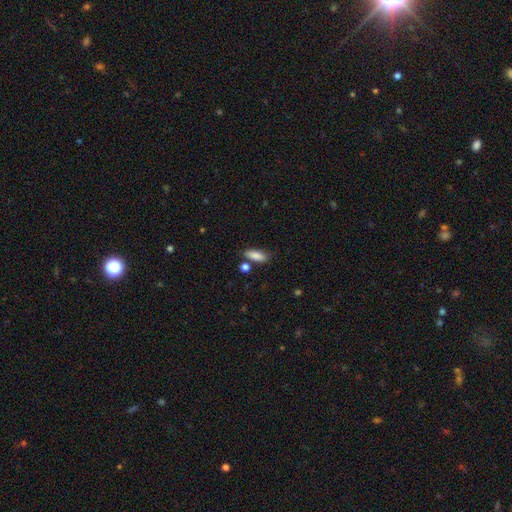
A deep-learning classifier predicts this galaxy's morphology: Smooth or featured: smooth — 86% (featured or disk — 7%)
How rounded: in between — 65% (cigar-shaped — 32%)
Merging: none — 74% (minor disturbance — 14%)